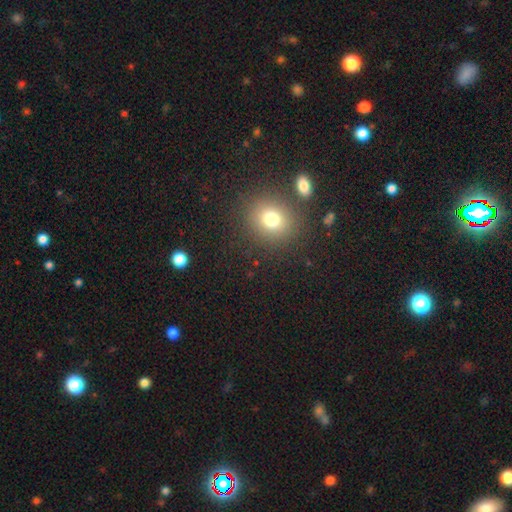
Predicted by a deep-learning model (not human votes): The model was most divided on "smooth or featured": smooth: 58%, star or artifact: 34%, featured or disk: 8%. More confident: merging — none (88%); how rounded — round (85%).